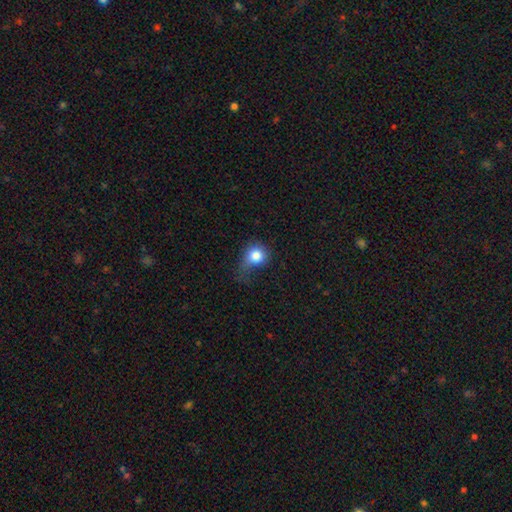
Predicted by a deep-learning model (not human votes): smooth-or-featured: smooth: 82% | star or artifact: 10% | featured or disk: 8%
  how-rounded: round: 79% | in between: 20% | cigar-shaped: 1%
  merging: none: 37% | minor disturbance: 36% | major disturbance: 25% | merger: 3%